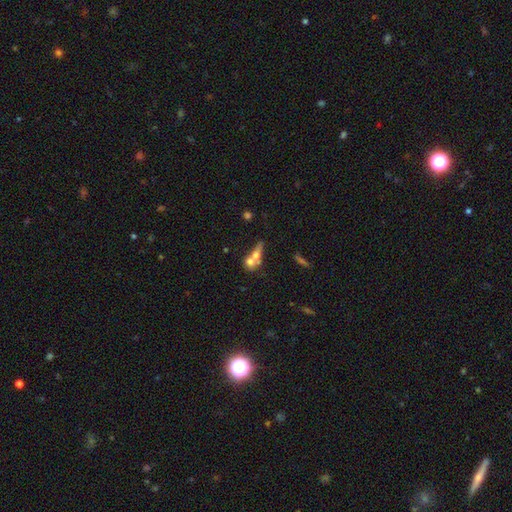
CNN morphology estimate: Q: Smooth or featured?
A: smooth (56%); runner-up: featured or disk (32%)
Q: How rounded?
A: round (45%); runner-up: in between (36%)
Q: Merging?
A: merger (60%); runner-up: none (26%)